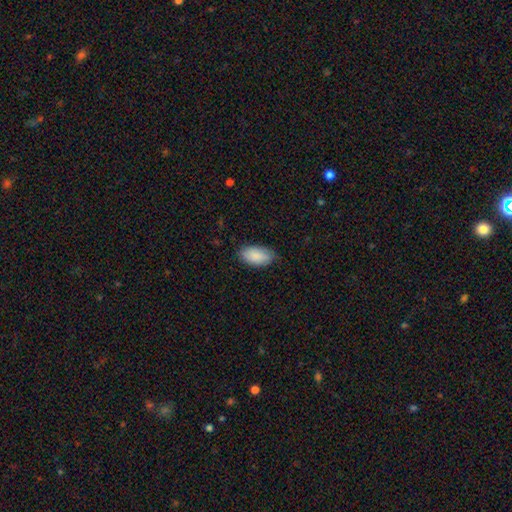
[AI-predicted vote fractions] This is clearly a smooth galaxy (86%). How rounded: clearly in between (94%). Merging: likely none (78%).